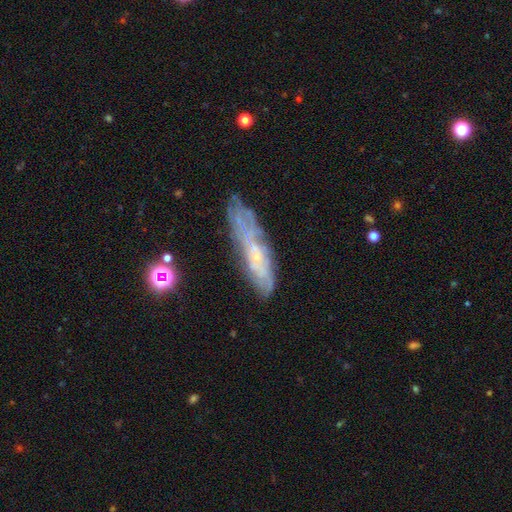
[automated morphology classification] This appears to be a featured or disk galaxy (60%). Merging: none (63%).